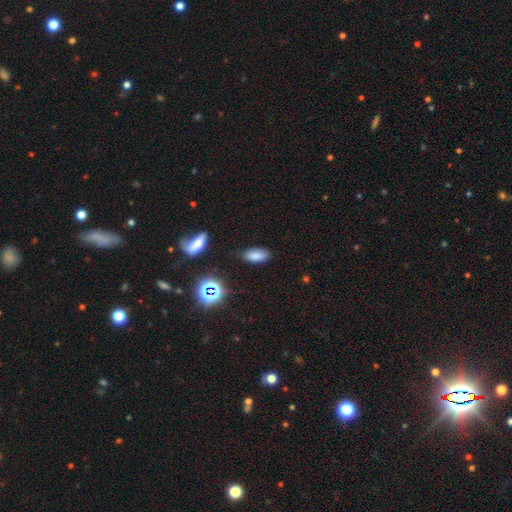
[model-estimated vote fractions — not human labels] Morphology: type=smooth (77%); roundness=in between (87%); merging=none (82%).